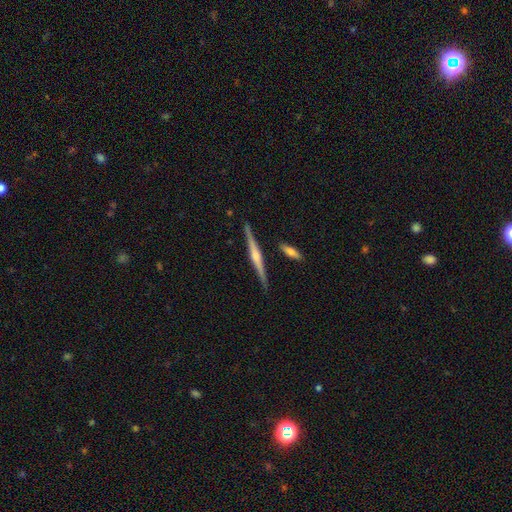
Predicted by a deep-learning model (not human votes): Morphology: type=featured or disk (77%); edge-on=yes (98%); edge-on bulge=rounded (77%); merging=none (88%).